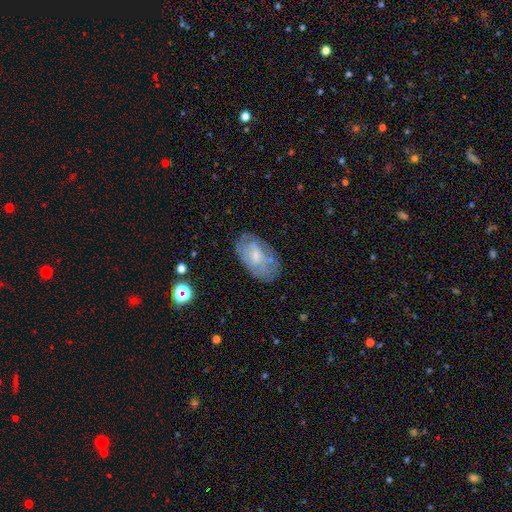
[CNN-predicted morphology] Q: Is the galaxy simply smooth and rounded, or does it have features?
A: featured or disk — 47%.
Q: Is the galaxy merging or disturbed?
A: none — 71%.